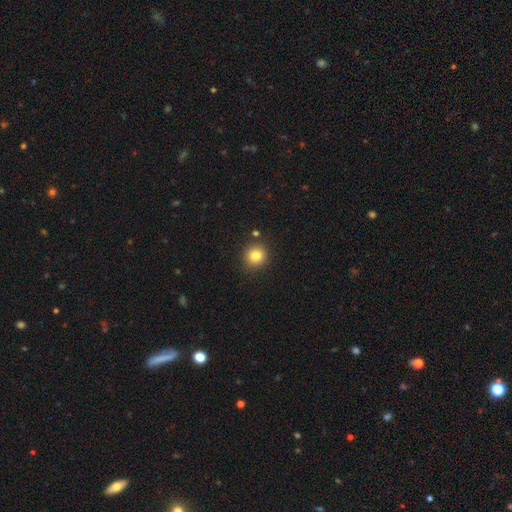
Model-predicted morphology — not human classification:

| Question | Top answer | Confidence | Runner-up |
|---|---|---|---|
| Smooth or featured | smooth | 82% | star or artifact (11%) |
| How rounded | round | 90% | in between (9%) |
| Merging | none | 87% | minor disturbance (8%) |